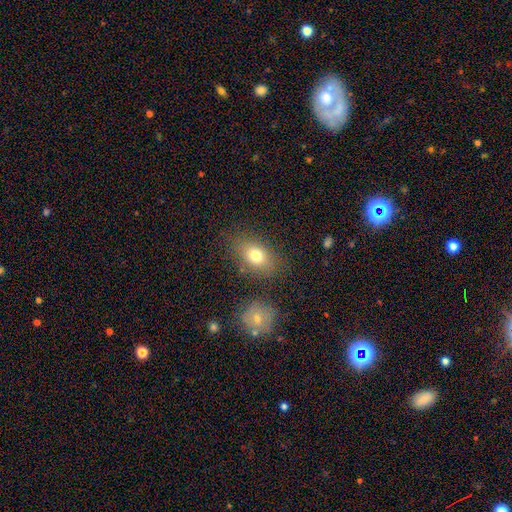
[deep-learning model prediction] smooth-or-featured: smooth: 76% | featured or disk: 14% | star or artifact: 10%
  how-rounded: in between: 78% | round: 20% | cigar-shaped: 2%
  merging: none: 75% | minor disturbance: 14% | merger: 7% | major disturbance: 5%